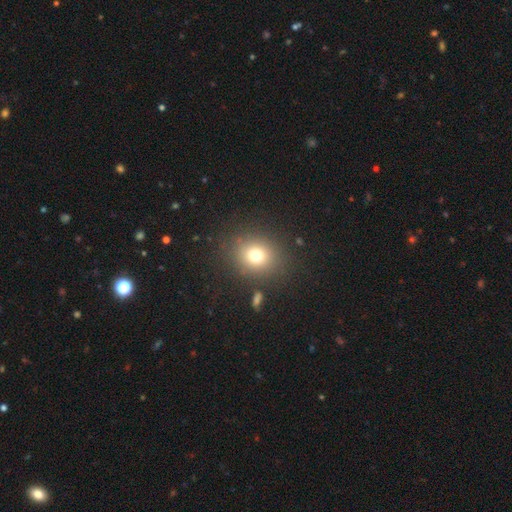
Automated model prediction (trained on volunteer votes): This is likely a smooth galaxy (74%). How rounded: likely round (73%). Merging: clearly none (85%).